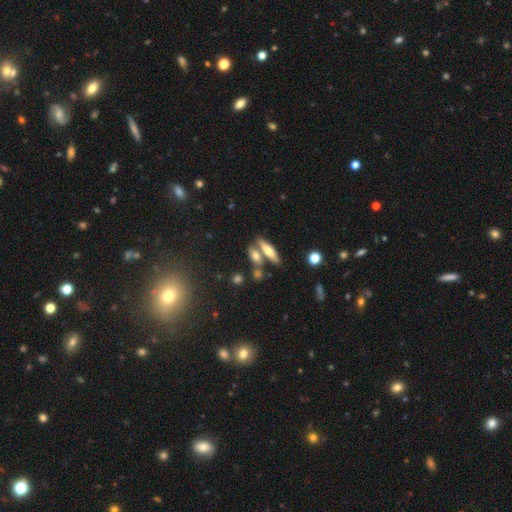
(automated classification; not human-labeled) Smooth or featured? smooth (57%)
How rounded? cigar-shaped (50%)
Merging? none (59%)